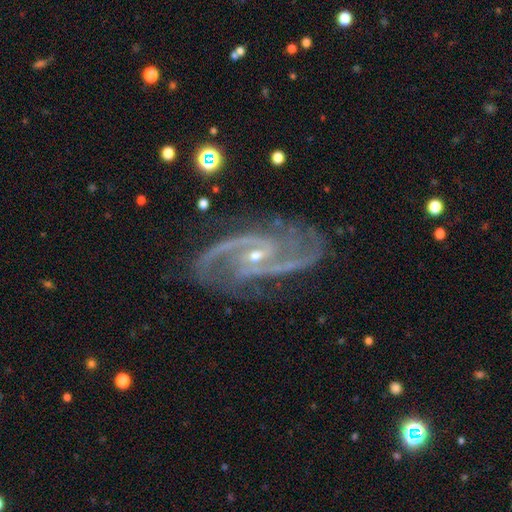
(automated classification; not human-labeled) Q: Smooth or featured?
A: featured or disk (93%); runner-up: star or artifact (5%)
Q: Edge-on disk?
A: no (97%); runner-up: yes (3%)
Q: Bar?
A: weak (43%); runner-up: no (36%)
Q: Spiral arms?
A: yes (99%); runner-up: no (1%)
Q: Spiral winding?
A: medium (60%); runner-up: loose (21%)
Q: Spiral arm count?
A: 2 (75%); runner-up: 3 (11%)
Q: Bulge size?
A: small (71%); runner-up: moderate (26%)
Q: Merging?
A: none (71%); runner-up: minor disturbance (18%)